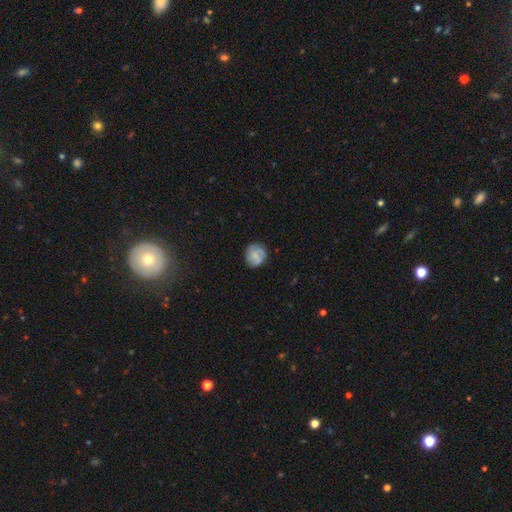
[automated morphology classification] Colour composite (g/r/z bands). It shows a smooth galaxy with no disk features (53%) that is round (80%). Merging: none (73%).